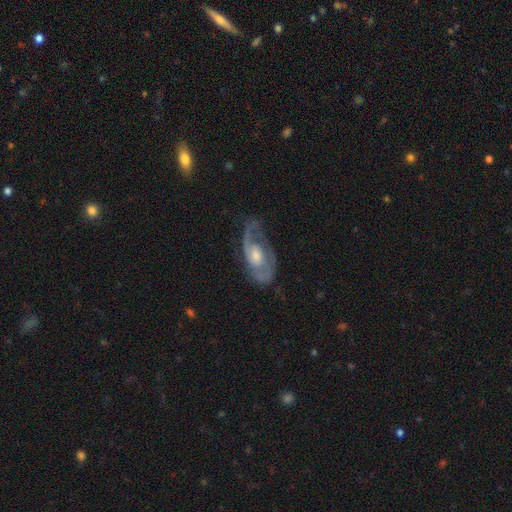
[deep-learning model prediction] Q: Smooth or featured?
A: featured or disk (86%); runner-up: smooth (9%)
Q: Edge-on disk?
A: no (95%); runner-up: yes (5%)
Q: Bar?
A: no (58%); runner-up: weak (35%)
Q: Spiral arms?
A: yes (94%); runner-up: no (6%)
Q: Spiral winding?
A: medium (49%); runner-up: tight (35%)
Q: Spiral arm count?
A: 2 (77%); runner-up: can't tell (9%)
Q: Bulge size?
A: moderate (59%); runner-up: small (26%)
Q: Merging?
A: none (66%); runner-up: minor disturbance (20%)